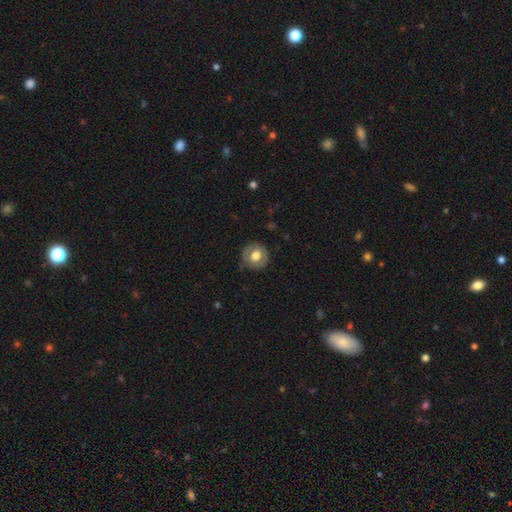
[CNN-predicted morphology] Smooth or featured?
  - smooth: 62% *
  - featured or disk: 31%
  - star or artifact: 7%
How rounded?
  - round: 87% *
  - in between: 12%
  - cigar-shaped: 1%
Merging?
  - none: 81% *
  - minor disturbance: 14%
  - major disturbance: 4%
  - merger: 1%